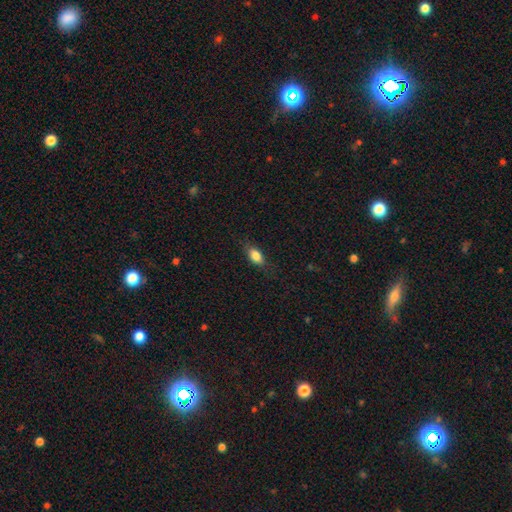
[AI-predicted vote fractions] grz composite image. It shows a smooth galaxy with no disk features (82%) that is in between round and cigar-shaped (84%). Merging: none (79%).